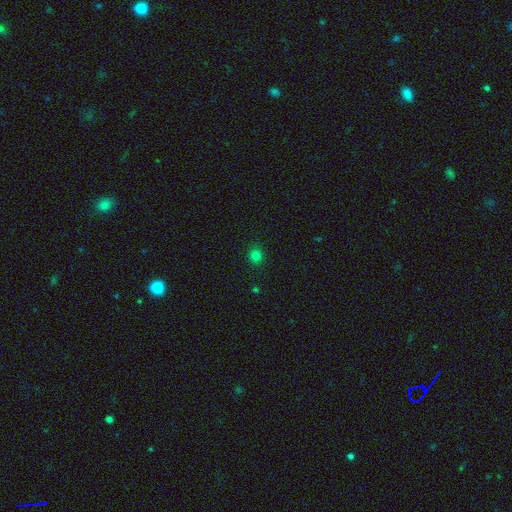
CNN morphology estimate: Smooth or featured? Predicted: smooth (p=0.78). How rounded? Predicted: round (p=0.86). Merging? Predicted: none (p=0.89).